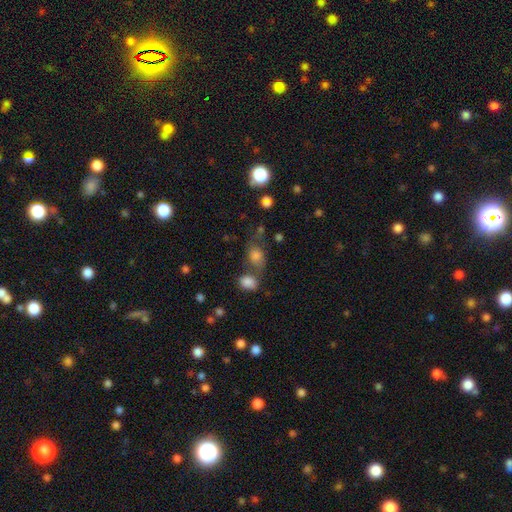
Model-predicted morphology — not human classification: A smooth galaxy with no disk features (76%) that is in between round and cigar-shaped (64%).

Vote fractions:
- Smooth or featured? smooth: 76% / star or artifact: 12% / featured or disk: 12%
- How rounded? in between: 64% / round: 34% / cigar-shaped: 2%
- Merging? none: 44% / merger: 26% / minor disturbance: 19% / major disturbance: 11%